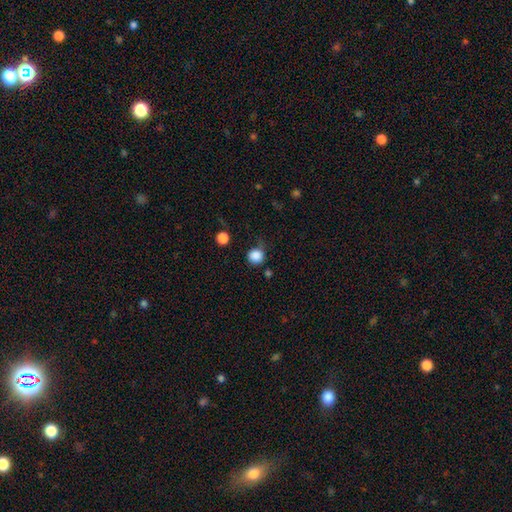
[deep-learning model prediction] smooth-or-featured: smooth: 86% | star or artifact: 10% | featured or disk: 4%
  how-rounded: round: 90% | in between: 9% | cigar-shaped: 1%
  merging: none: 68% | minor disturbance: 20% | major disturbance: 8% | merger: 4%